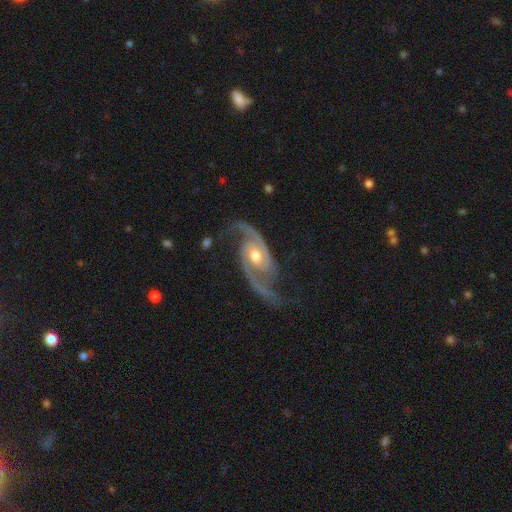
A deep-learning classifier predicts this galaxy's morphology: smooth-or-featured: featured or disk: 93% | star or artifact: 4% | smooth: 3%
  disk-edge-on: no: 97% | yes: 3%
    bar: no: 57% | weak: 32% | strong: 11%
    has-spiral-arms: yes: 98% | no: 2%
      spiral-winding: medium: 55% | loose: 26% | tight: 19%
      spiral-arm-count: 2: 94% | 3: 2% | can't tell: 1% | 1: 1% | 4: 1% | more than 4: 1%
    bulge-size: moderate: 75% | small: 15% | large: 7% | none: 1% | dominant: 1%
  merging: none: 74% | minor disturbance: 16% | major disturbance: 8% | merger: 2%